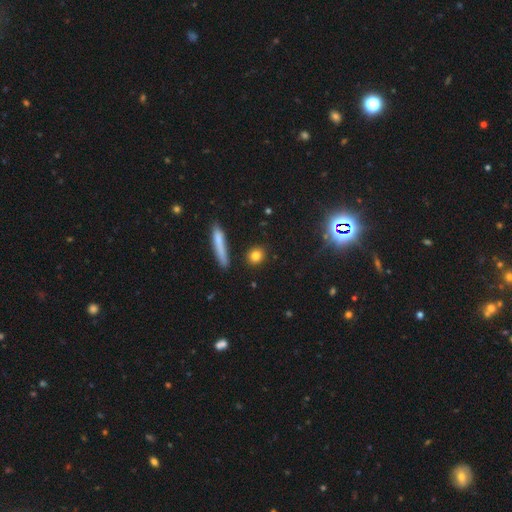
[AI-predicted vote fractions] smooth-or-featured: smooth: 81% | star or artifact: 10% | featured or disk: 8%
  how-rounded: round: 66% | in between: 24% | cigar-shaped: 10%
  merging: none: 88% | minor disturbance: 7% | merger: 3% | major disturbance: 2%